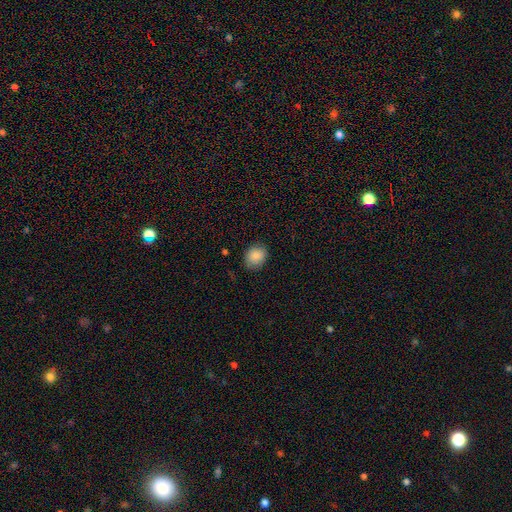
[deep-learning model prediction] Smooth or featured: smooth — 87% (star or artifact — 8%)
How rounded: round — 56% (in between — 43%)
Merging: none — 81% (minor disturbance — 15%)